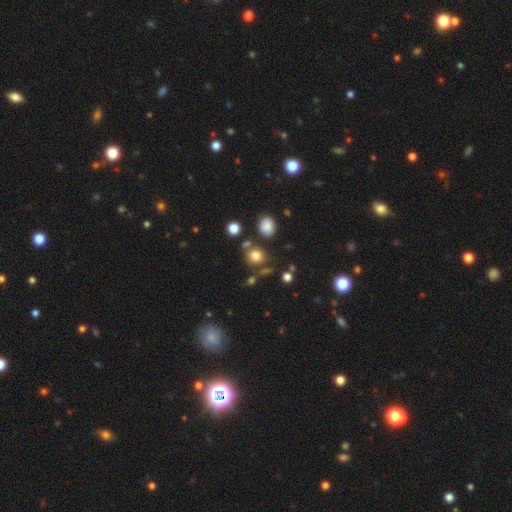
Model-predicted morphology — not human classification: Smooth or featured?
  - smooth: 76% *
  - star or artifact: 15%
  - featured or disk: 8%
How rounded?
  - round: 84% *
  - in between: 15%
  - cigar-shaped: 1%
Merging?
  - none: 70% *
  - merger: 14%
  - minor disturbance: 11%
  - major disturbance: 5%